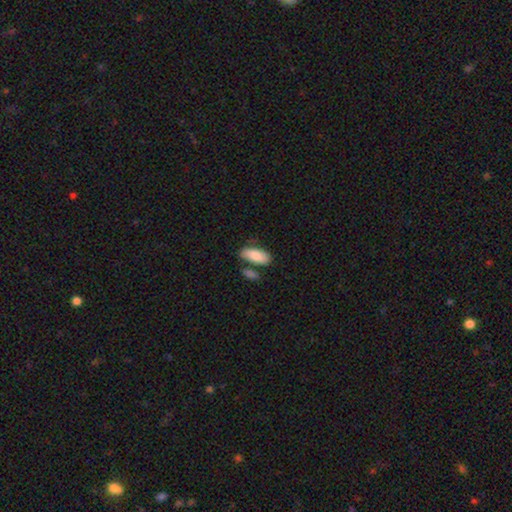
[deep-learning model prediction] Smooth or featured: smooth — 85% (featured or disk — 9%)
How rounded: in between — 88% (cigar-shaped — 10%)
Merging: none — 63% (merger — 17%)